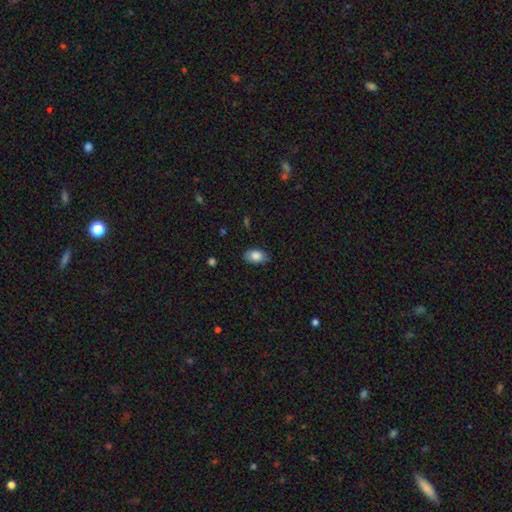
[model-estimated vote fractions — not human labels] A smooth galaxy with no disk features (85%) that is in between round and cigar-shaped (90%).

Vote fractions:
- Smooth or featured? smooth: 85% / featured or disk: 8% / star or artifact: 7%
- How rounded? in between: 90% / round: 8% / cigar-shaped: 2%
- Merging? none: 79% / minor disturbance: 17% / major disturbance: 3% / merger: 1%